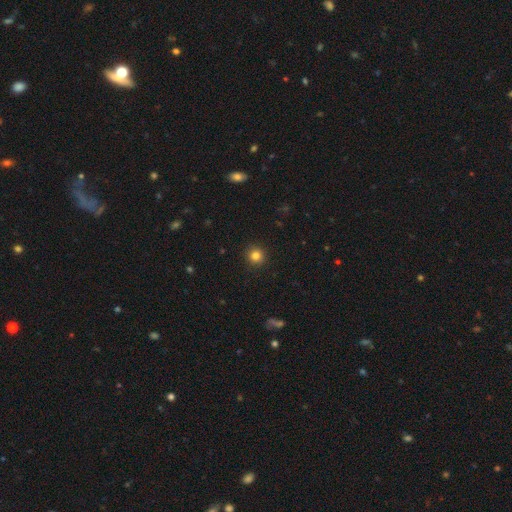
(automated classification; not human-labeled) Smooth or featured?
  - smooth: 82% *
  - star or artifact: 13%
  - featured or disk: 6%
How rounded?
  - round: 95% *
  - in between: 5%
  - cigar-shaped: 1%
Merging?
  - none: 92% *
  - minor disturbance: 5%
  - major disturbance: 2%
  - merger: 1%